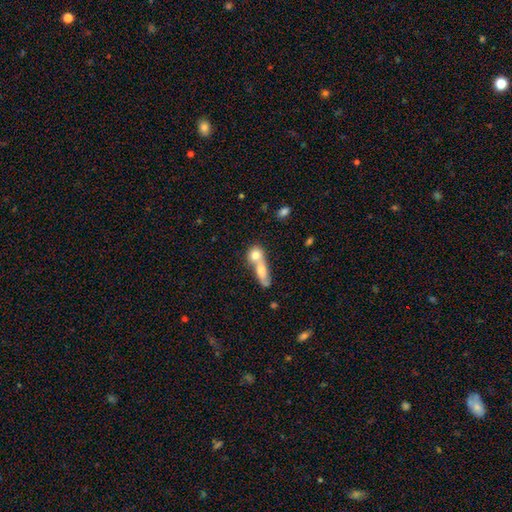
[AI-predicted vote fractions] This appears to be a smooth galaxy with no disk features (74%) that is round (50%). Merging: merger (69%).